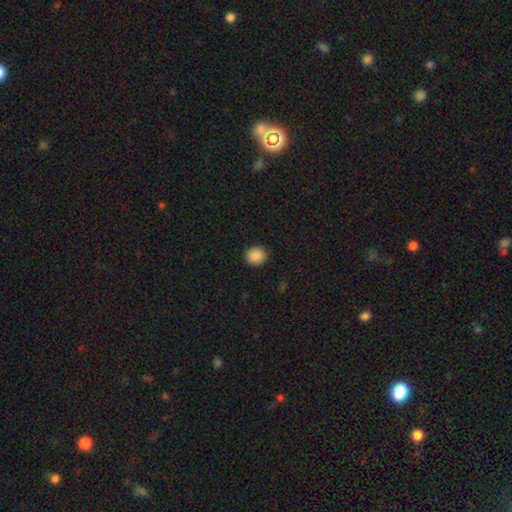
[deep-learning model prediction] This appears to be a smooth galaxy with no disk features (89%) that is round (85%). Merging: none (92%).